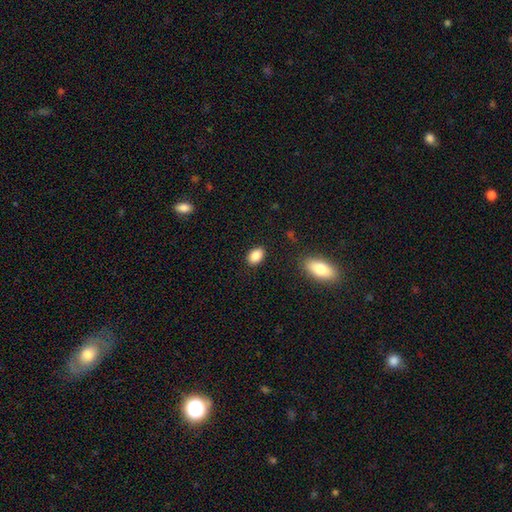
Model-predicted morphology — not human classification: Overall: smooth (87%). How rounded: in between (84%). Merging: none (87%).